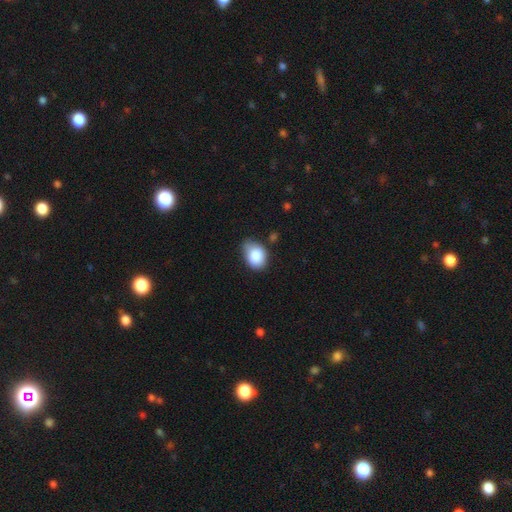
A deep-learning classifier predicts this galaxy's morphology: Smooth or featured? smooth (86%)
How rounded? in between (67%)
Merging? none (51%)